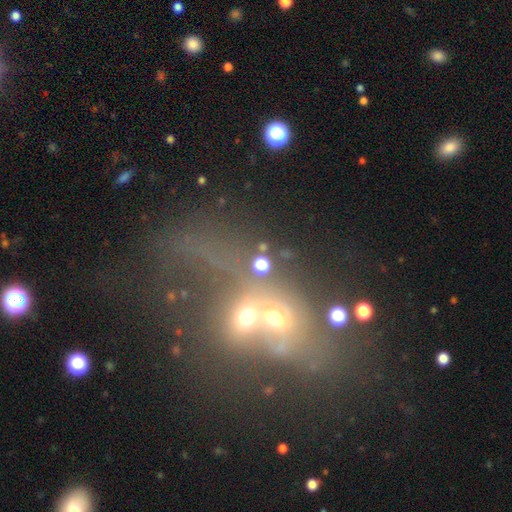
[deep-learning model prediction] Smooth or featured?
  - featured or disk: 35% *
  - smooth: 33%
  - star or artifact: 32%
Merging?
  - merger: 63% *
  - none: 17%
  - major disturbance: 13%
  - minor disturbance: 7%